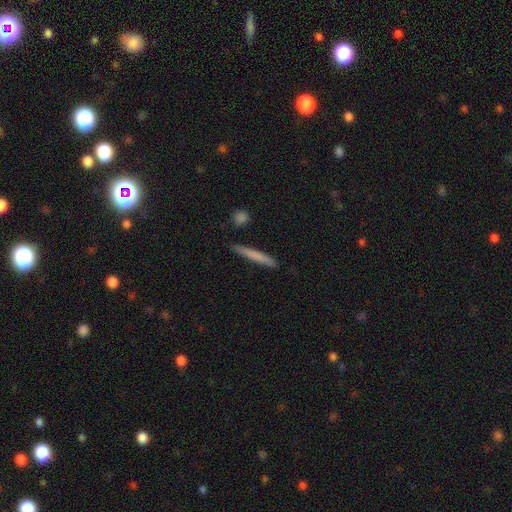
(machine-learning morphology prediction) The model was most divided on "smooth or featured": smooth: 70%, featured or disk: 24%, star or artifact: 6%. More confident: how rounded — cigar-shaped (96%); merging — none (85%).